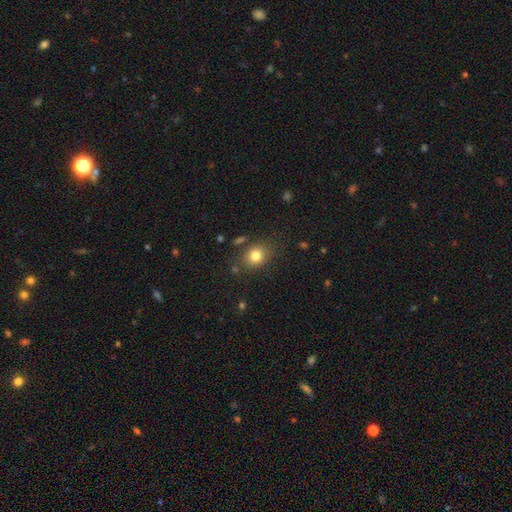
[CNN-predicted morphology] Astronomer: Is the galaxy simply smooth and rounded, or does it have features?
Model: smooth — 80%.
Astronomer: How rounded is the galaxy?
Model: round — 54% (runner-up: in between, 45%).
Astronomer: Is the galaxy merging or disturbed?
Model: none — 79%.